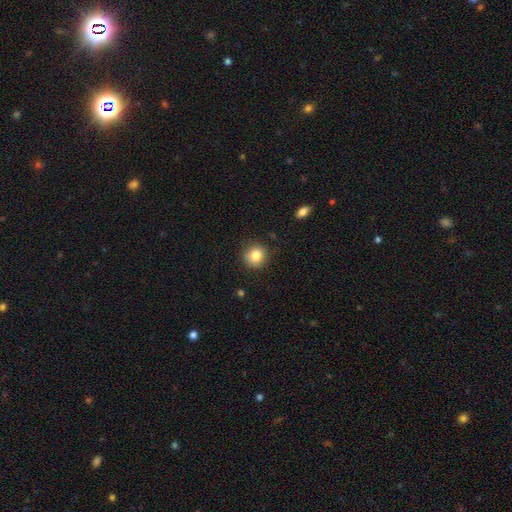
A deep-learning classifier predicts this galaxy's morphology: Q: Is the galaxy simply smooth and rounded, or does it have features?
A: smooth — 83%.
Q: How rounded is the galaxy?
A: round — 90%.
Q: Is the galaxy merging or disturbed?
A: none — 83%.